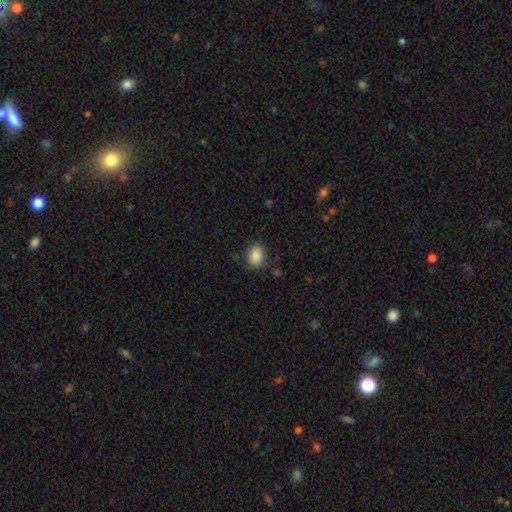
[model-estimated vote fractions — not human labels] A smooth galaxy with no disk features (88%) that is in between round and cigar-shaped (75%).

Vote fractions:
- Smooth or featured? smooth: 88% / star or artifact: 8% / featured or disk: 4%
- How rounded? in between: 75% / round: 24% / cigar-shaped: 1%
- Merging? none: 83% / minor disturbance: 12% / major disturbance: 3% / merger: 2%